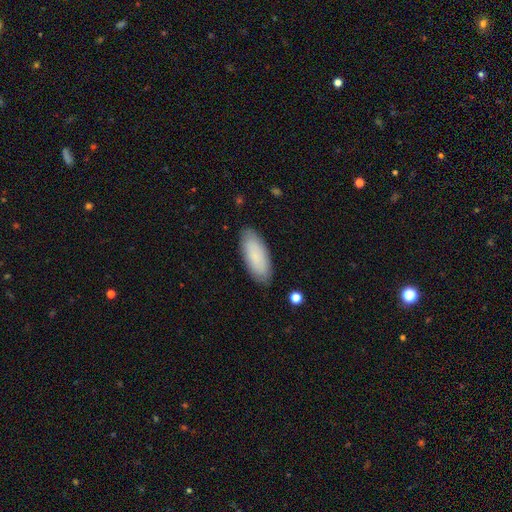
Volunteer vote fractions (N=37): Smooth or featured: smooth — 84% (featured or disk — 11%)
How rounded: in between — 74% (cigar-shaped — 26%)
Merging: none — 97% (merger — 3%)